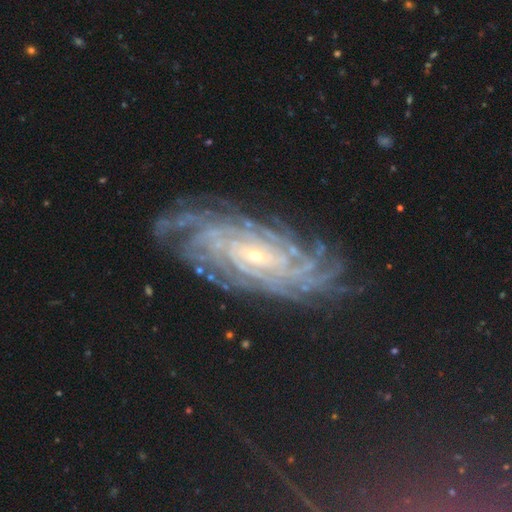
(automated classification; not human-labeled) featured or disk 91%, star or artifact 5%, smooth 4%. Down the decision tree: edge-on disk — no (95%); bar — no (58%); spiral arms — yes (98%); spiral arm count — more than 4 (42%); spiral winding — tight (81%); bulge size — small (79%); merging — none (78%).